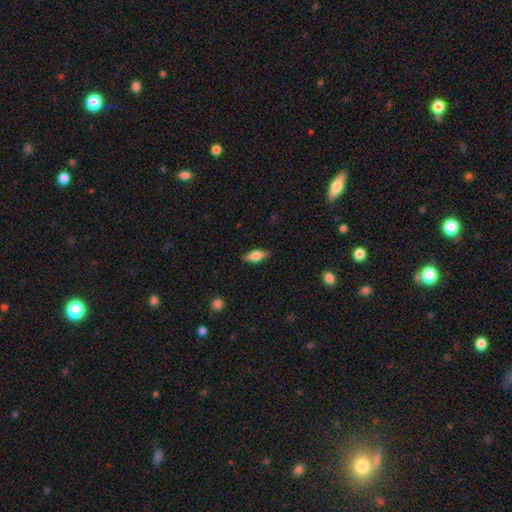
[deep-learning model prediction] A smooth galaxy with no disk features (68%) that is in between round and cigar-shaped (79%).

Vote fractions:
- Smooth or featured? smooth: 68% / featured or disk: 25% / star or artifact: 7%
- How rounded? in between: 79% / cigar-shaped: 17% / round: 4%
- Merging? none: 86% / minor disturbance: 11% / major disturbance: 2% / merger: 1%